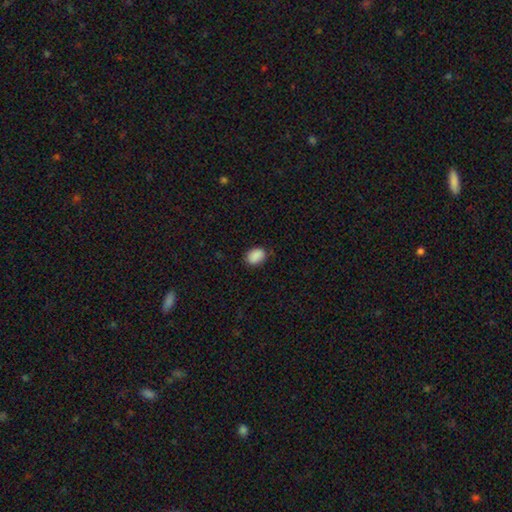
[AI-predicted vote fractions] A smooth galaxy with no disk features (90%) that is in between round and cigar-shaped (76%). Merging: none (84%).